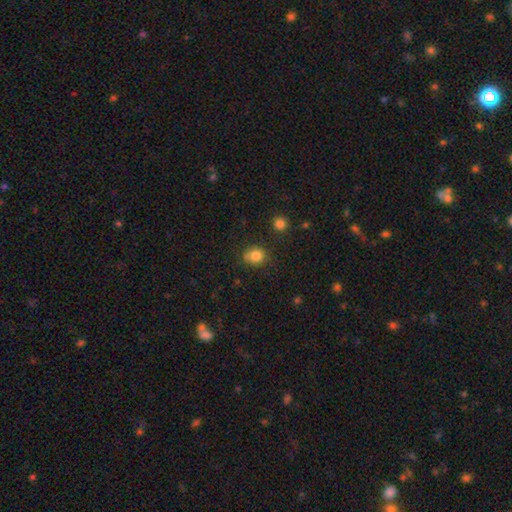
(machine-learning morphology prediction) A smooth galaxy with no disk features (82%) that is round (70%). Merging: none (70%).